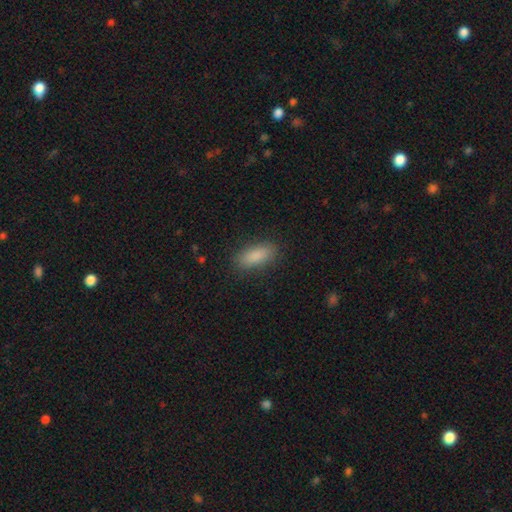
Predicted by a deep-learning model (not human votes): Q: Smooth or featured?
A: smooth (88%); runner-up: star or artifact (7%)
Q: How rounded?
A: in between (78%); runner-up: cigar-shaped (20%)
Q: Merging?
A: none (87%); runner-up: minor disturbance (9%)